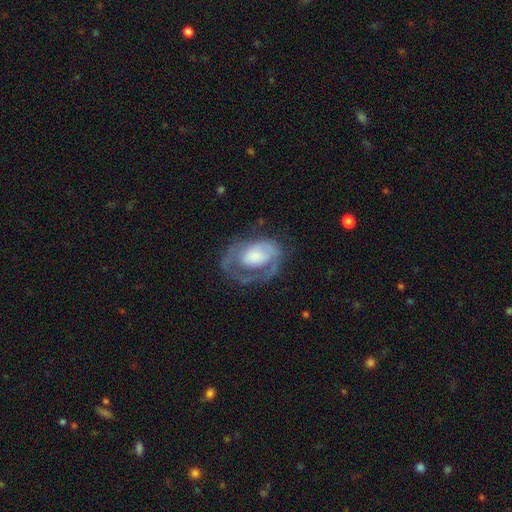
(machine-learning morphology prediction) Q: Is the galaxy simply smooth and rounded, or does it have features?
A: featured or disk — 64%.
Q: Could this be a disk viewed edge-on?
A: no — 96%.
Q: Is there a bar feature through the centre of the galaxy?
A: no — 68%.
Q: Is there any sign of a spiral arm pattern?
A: yes — 68%.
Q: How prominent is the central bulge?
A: large — 32%.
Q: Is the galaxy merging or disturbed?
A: none — 45%.